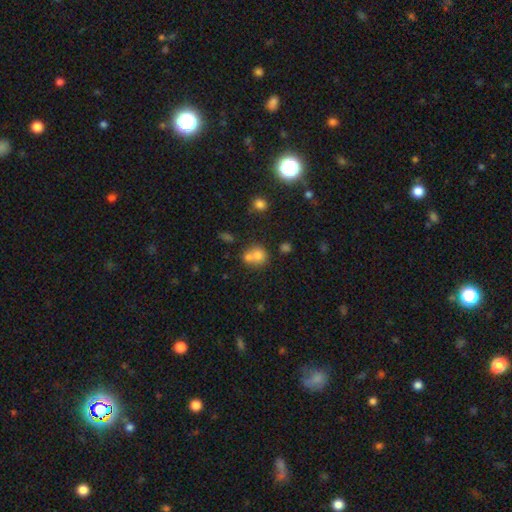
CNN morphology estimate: Overall: smooth (72%). How rounded: round (79%). Merging: merger (53%; none 36%).